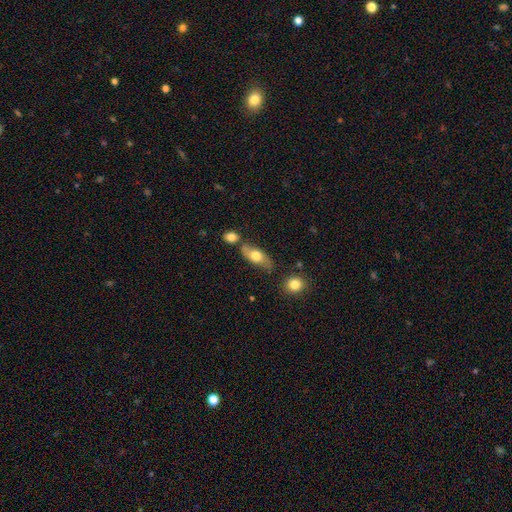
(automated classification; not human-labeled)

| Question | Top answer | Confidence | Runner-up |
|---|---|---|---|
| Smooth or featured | smooth | 57% | featured or disk (36%) |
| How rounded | in between | 77% | cigar-shaped (16%) |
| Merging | none | 63% | minor disturbance (18%) |